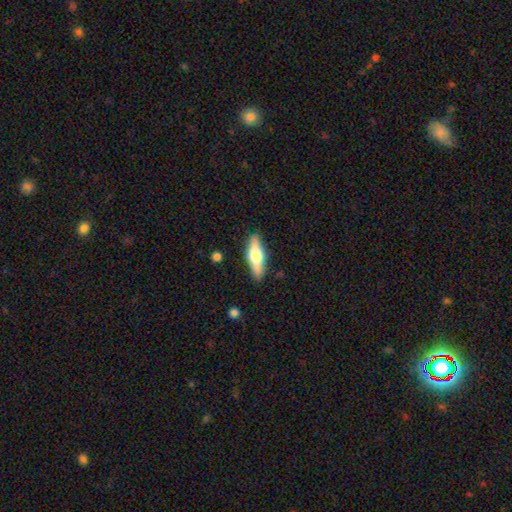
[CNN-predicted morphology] smooth_or_featured: featured or disk (p=0.49) [alt: smooth p=0.45]
merging: none (p=0.87) [alt: minor disturbance p=0.09]